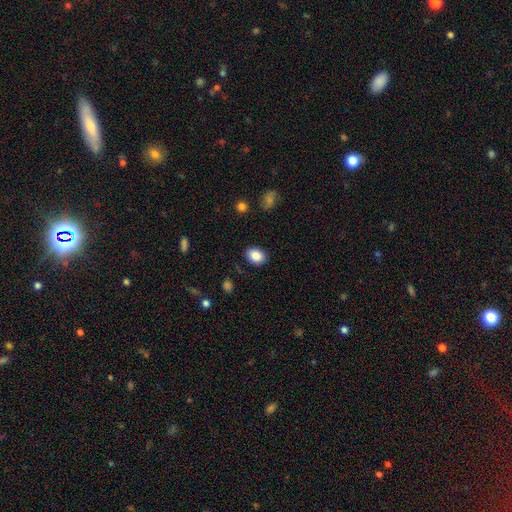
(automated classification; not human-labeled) Morphology: type=smooth (87%); roundness=in between (69%); merging=none (86%).